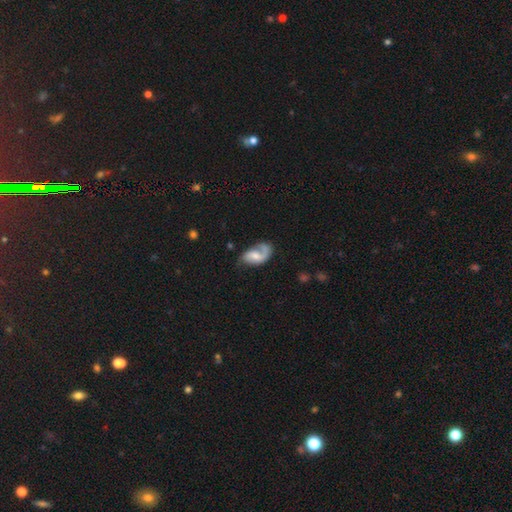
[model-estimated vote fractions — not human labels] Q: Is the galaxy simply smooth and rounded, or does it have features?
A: featured or disk — 70%.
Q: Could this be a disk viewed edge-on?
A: no — 97%.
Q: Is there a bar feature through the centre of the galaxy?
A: no — 49%.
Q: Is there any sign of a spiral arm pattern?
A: yes — 91%.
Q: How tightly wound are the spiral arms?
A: loose — 44%.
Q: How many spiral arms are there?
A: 2 — 48%.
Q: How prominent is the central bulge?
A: moderate — 48%.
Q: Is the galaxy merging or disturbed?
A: none — 48%.